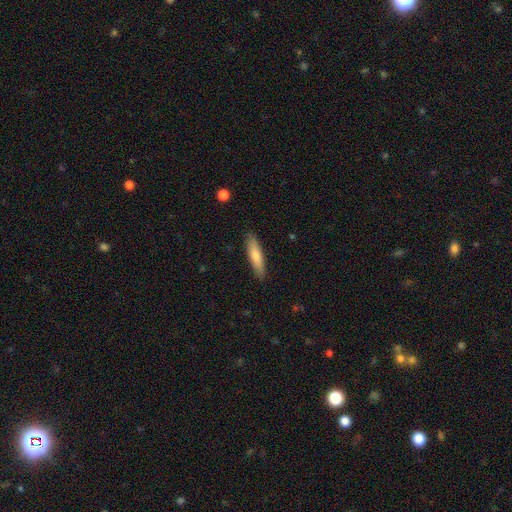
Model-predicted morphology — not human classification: type=smooth (74%); roundness=cigar-shaped (78%); merging=none (88%).